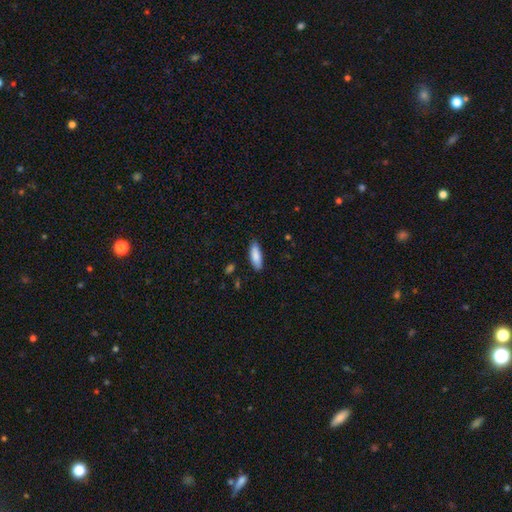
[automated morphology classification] A smooth galaxy with no disk features (87%) that is in between round and cigar-shaped (63%). Merging: none (84%).